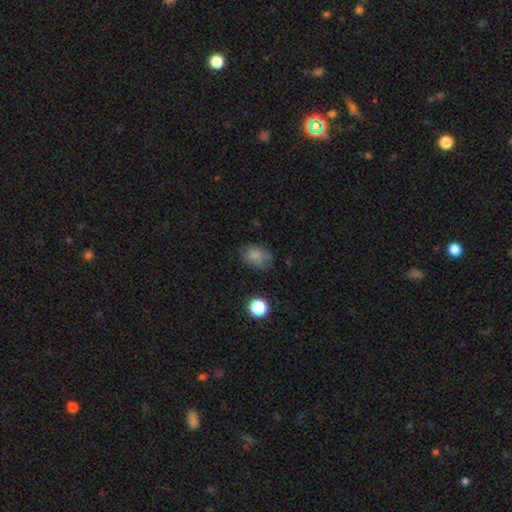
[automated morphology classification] Smooth or featured: smooth — 78% (star or artifact — 13%)
How rounded: in between — 72% (round — 27%)
Merging: none — 61% (minor disturbance — 26%)